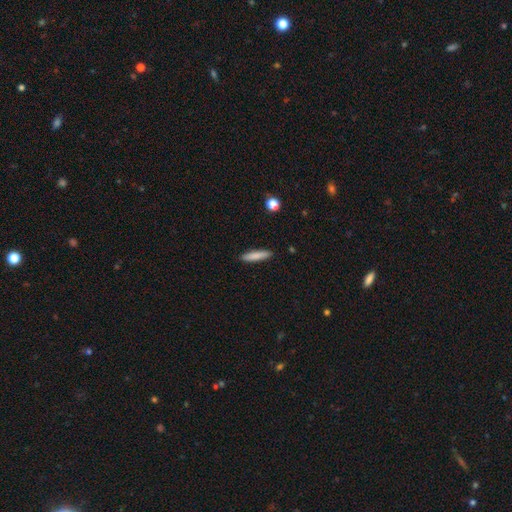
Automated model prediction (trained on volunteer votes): Smooth or featured?
  - smooth: 82% *
  - featured or disk: 11%
  - star or artifact: 6%
How rounded?
  - cigar-shaped: 87% *
  - in between: 12%
  - round: 1%
Merging?
  - none: 90% *
  - minor disturbance: 7%
  - major disturbance: 2%
  - merger: 1%